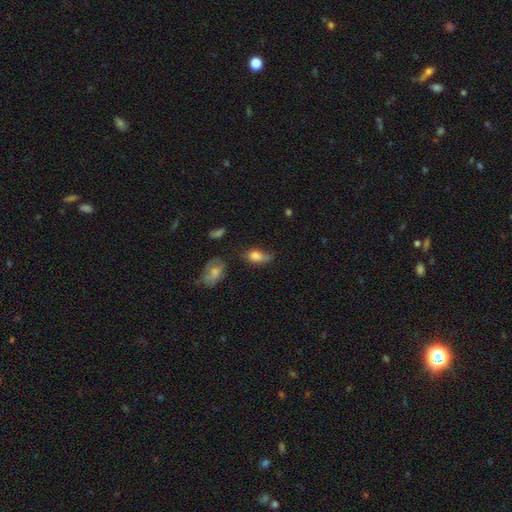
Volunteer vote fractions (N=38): Overall: smooth (84%). How rounded: in between (75%). Merging: minor disturbance (46%; none 34%).